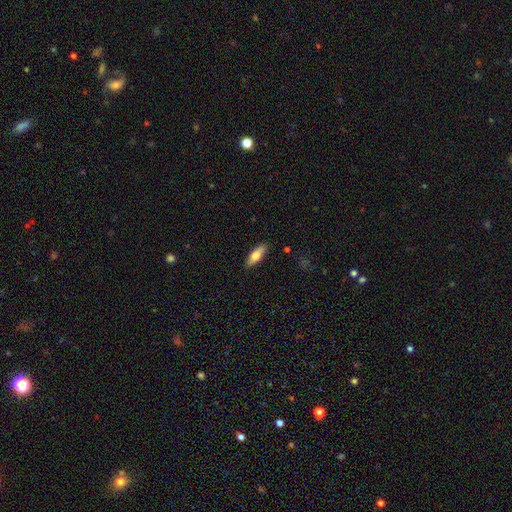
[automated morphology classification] A smooth galaxy with no disk features (61%) that is in between round and cigar-shaped (54%). Merging: none (87%).